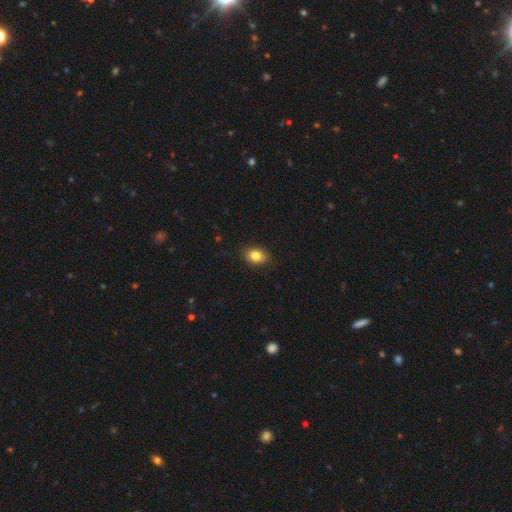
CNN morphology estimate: The model was most divided on "how rounded": in between: 70%, round: 28%, cigar-shaped: 1%. More confident: merging — none (88%); smooth or featured — smooth (83%).